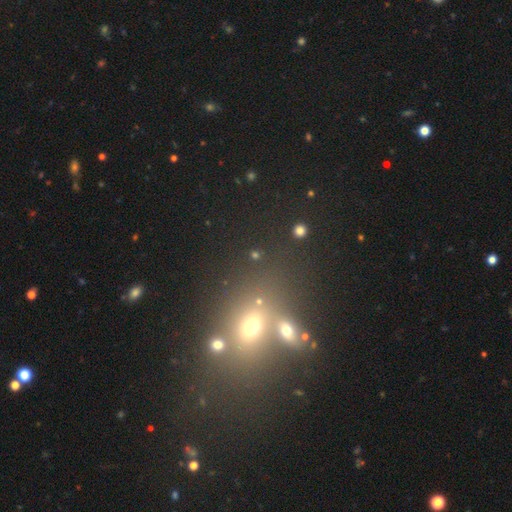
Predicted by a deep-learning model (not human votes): smooth-or-featured: smooth: 50% | star or artifact: 36% | featured or disk: 14%
  how-rounded: round: 50% | in between: 43% | cigar-shaped: 6%
  merging: none: 60% | merger: 24% | minor disturbance: 9% | major disturbance: 6%